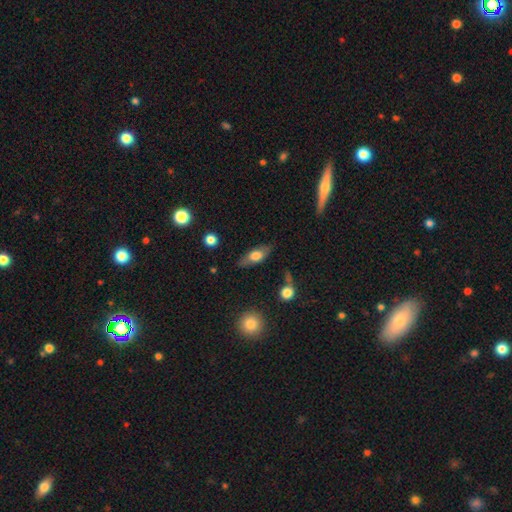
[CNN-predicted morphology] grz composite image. It shows a smooth galaxy with no disk features (60%) that is in between round and cigar-shaped (72%). Merging: none (77%).